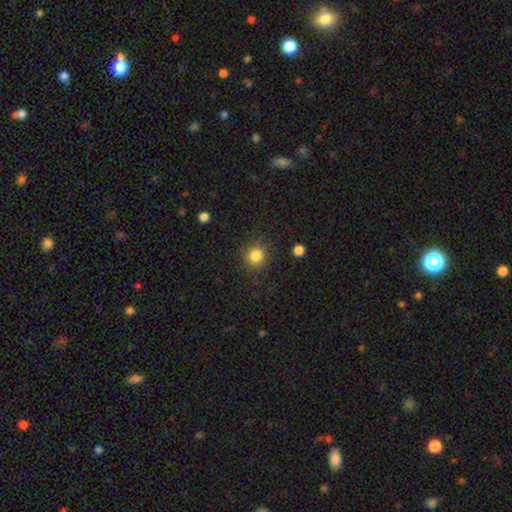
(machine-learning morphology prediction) smooth-or-featured: smooth: 84% | star or artifact: 11% | featured or disk: 5%
  how-rounded: round: 92% | in between: 7% | cigar-shaped: 1%
  merging: none: 87% | minor disturbance: 8% | major disturbance: 3% | merger: 2%